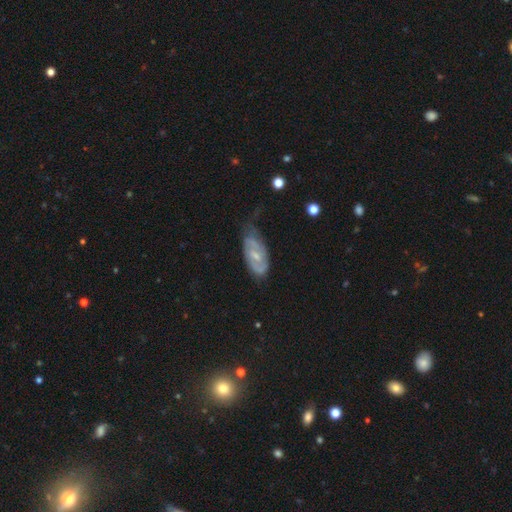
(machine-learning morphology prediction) A featured or disk galaxy (67%) with a weak bar (48%), spiral arms (77%) and a small central bulge (52%).

Vote fractions:
- Smooth or featured? featured or disk: 67% / smooth: 26% / star or artifact: 7%
- Edge-on disk? no: 92% / yes: 8%
- Bar? weak: 48% / no: 35% / strong: 16%
- Spiral arms? yes: 77% / no: 23%
- Bulge size? small: 52% / moderate: 42% / none: 4% / large: 2% / dominant: 1%
- Merging? none: 42% / minor disturbance: 37% / major disturbance: 18% / merger: 3%